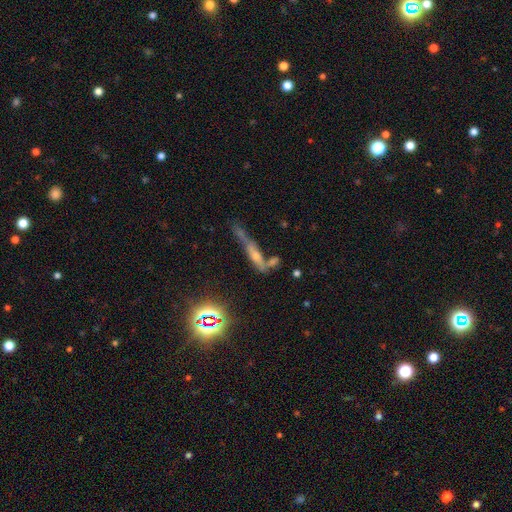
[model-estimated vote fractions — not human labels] smooth_or_featured: featured or disk (p=0.41) [alt: smooth p=0.38]
merging: none (p=0.35) [alt: merger p=0.29]